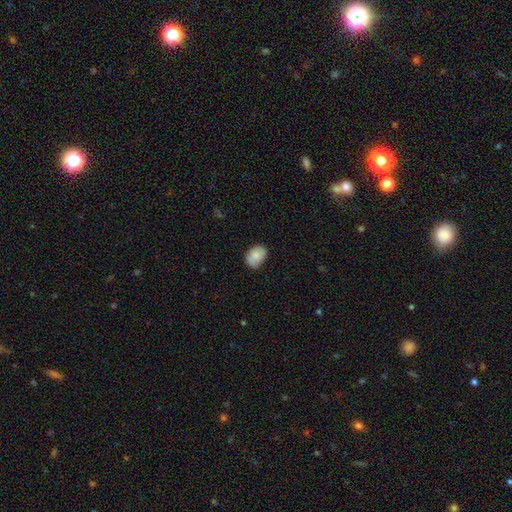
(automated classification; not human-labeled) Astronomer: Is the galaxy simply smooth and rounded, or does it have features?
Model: smooth — 80%.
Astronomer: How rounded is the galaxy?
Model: in between — 74%.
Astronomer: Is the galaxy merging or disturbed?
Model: none — 71%.